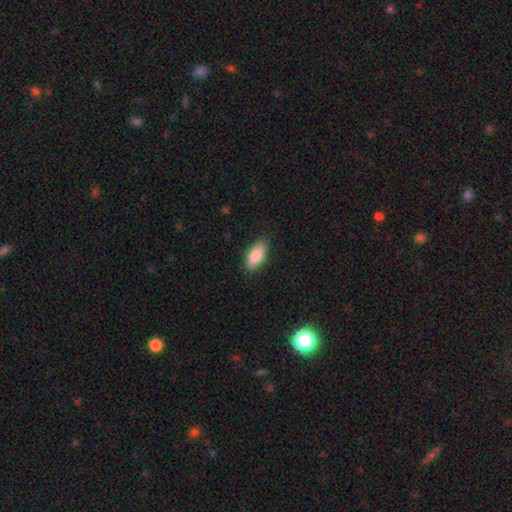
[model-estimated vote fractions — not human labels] smooth-or-featured: smooth: 84% | featured or disk: 9% | star or artifact: 6%
  how-rounded: in between: 88% | cigar-shaped: 9% | round: 3%
  merging: none: 85% | minor disturbance: 11% | major disturbance: 2% | merger: 1%